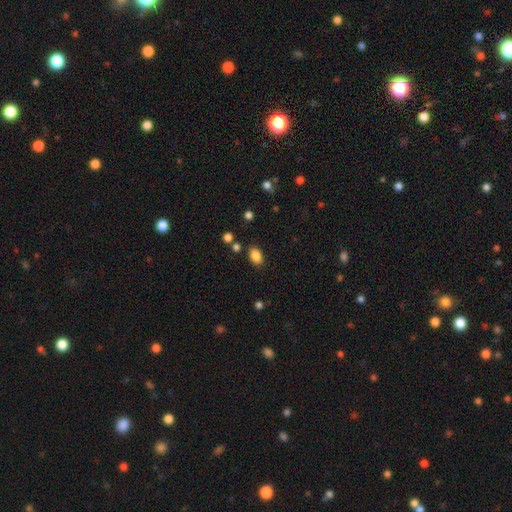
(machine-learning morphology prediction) smooth_or_featured: smooth (p=0.86) [alt: star or artifact p=0.10]
how_rounded: in between (p=0.86) [alt: round p=0.13]
merging: none (p=0.84) [alt: minor disturbance p=0.10]